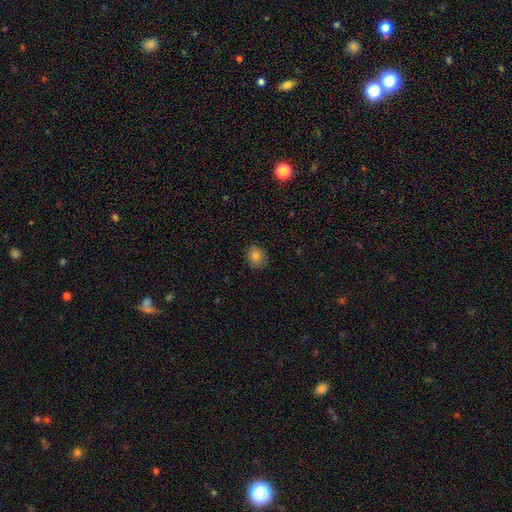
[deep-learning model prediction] Smooth or featured?
  - smooth: 83% *
  - star or artifact: 10%
  - featured or disk: 7%
How rounded?
  - round: 72% *
  - in between: 28%
  - cigar-shaped: 1%
Merging?
  - none: 85% *
  - minor disturbance: 12%
  - major disturbance: 2%
  - merger: 1%